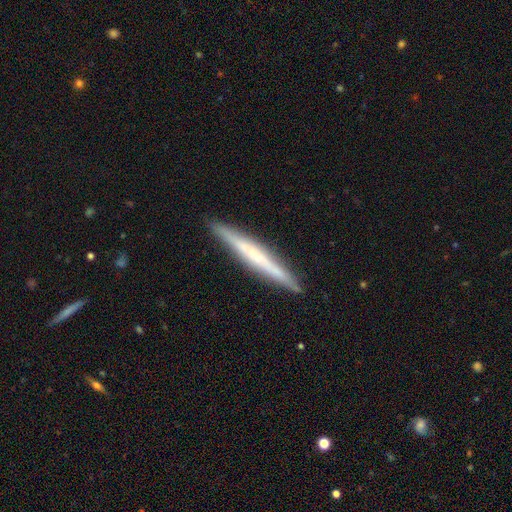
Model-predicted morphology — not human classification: Overall: featured or disk (58%; smooth 36%). Edge-on disk: yes (96%). Edge-on bulge: none (61%; rounded 29%). Merging: none (91%).